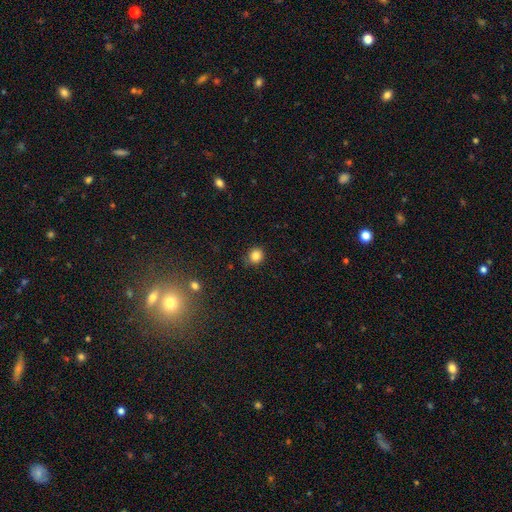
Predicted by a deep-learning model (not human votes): A smooth galaxy with no disk features (84%) that is round (85%). Merging: none (84%).